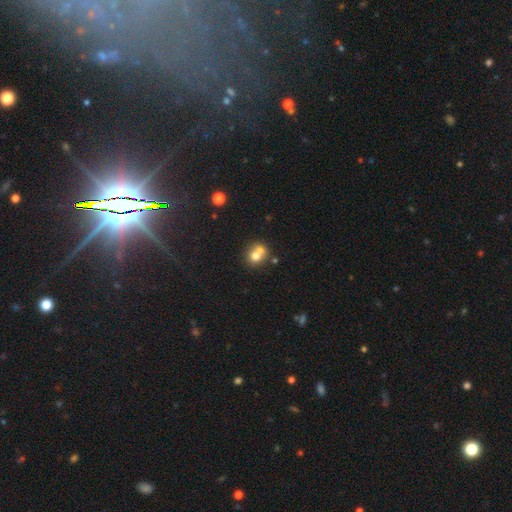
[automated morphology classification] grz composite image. It shows a smooth galaxy with no disk features (69%) that is round (74%). Merging: merger (56%).